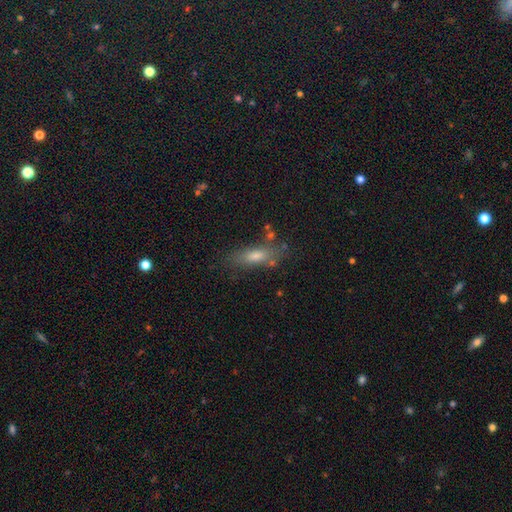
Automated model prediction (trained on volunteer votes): Smooth or featured: smooth — 62% (featured or disk — 25%)
How rounded: cigar-shaped — 50% (in between — 46%)
Merging: none — 71% (minor disturbance — 17%)